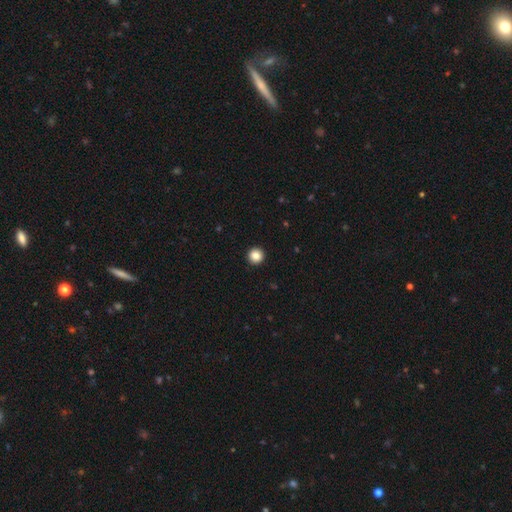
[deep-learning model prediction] smooth-or-featured: smooth: 87% | star or artifact: 10% | featured or disk: 4%
  how-rounded: round: 96% | in between: 3% | cigar-shaped: 1%
  merging: none: 94% | minor disturbance: 3% | major disturbance: 1% | merger: 1%